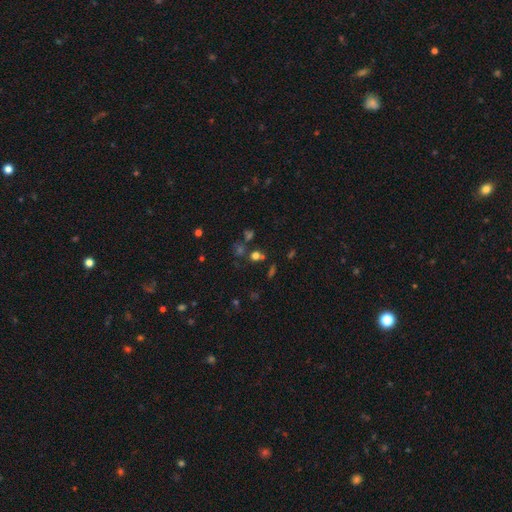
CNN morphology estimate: A smooth galaxy with no disk features (58%) that is round (71%). Merging: none (64%).